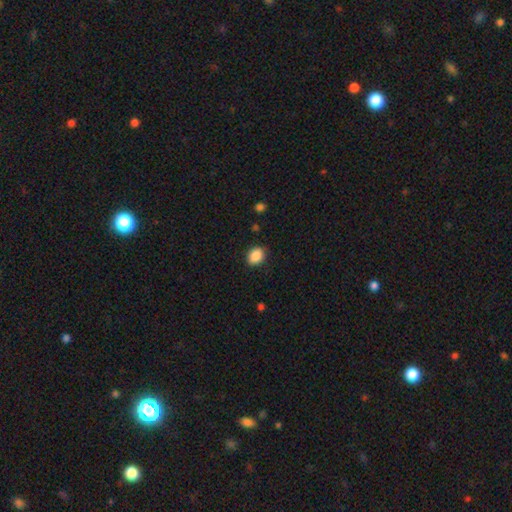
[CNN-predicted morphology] type=smooth (89%); roundness=in between (59%); merging=none (85%).